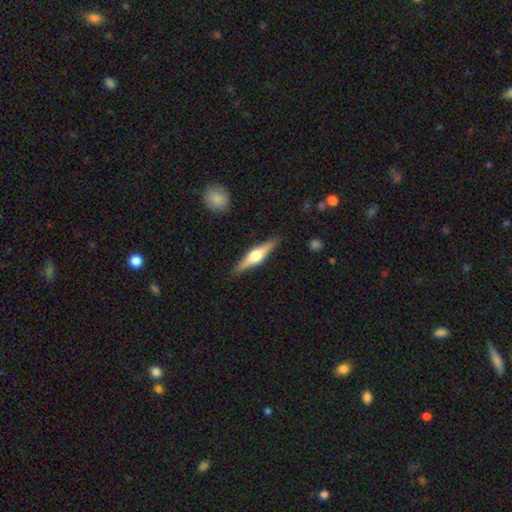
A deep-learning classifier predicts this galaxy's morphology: Smooth or featured: featured or disk — 66% (smooth — 29%)
Edge-on disk: yes — 97% (no — 3%)
Edge-on bulge: rounded — 93% (boxy — 5%)
Merging: none — 89% (minor disturbance — 8%)